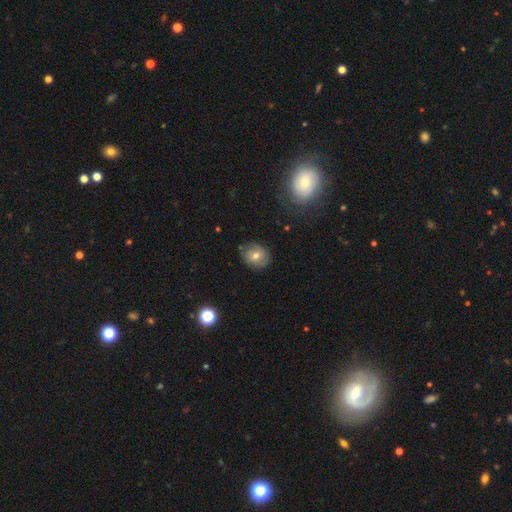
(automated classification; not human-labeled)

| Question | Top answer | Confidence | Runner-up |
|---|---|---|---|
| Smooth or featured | smooth | 63% | featured or disk (26%) |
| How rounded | round | 64% | in between (35%) |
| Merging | none | 77% | minor disturbance (17%) |